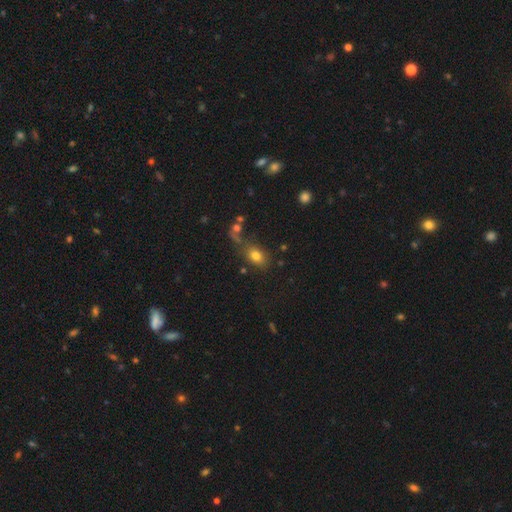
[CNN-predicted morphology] smooth_or_featured: smooth (p=0.77) [alt: star or artifact p=0.12]
how_rounded: in between (p=0.77) [alt: round p=0.21]
merging: none (p=0.61) [alt: merger p=0.16]